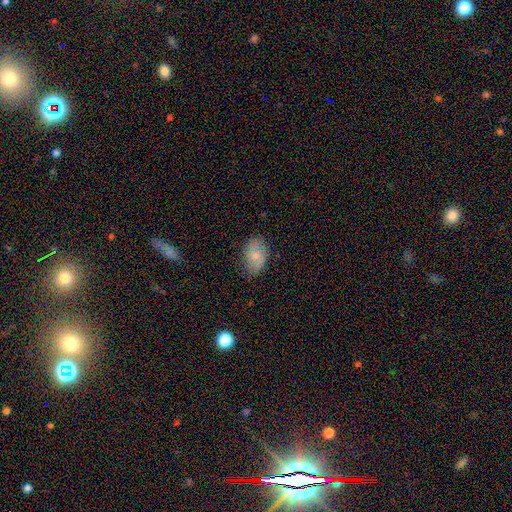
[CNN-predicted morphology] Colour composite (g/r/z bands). It shows a smooth galaxy with no disk features (76%) that is in between round and cigar-shaped (86%). Merging: none (74%).